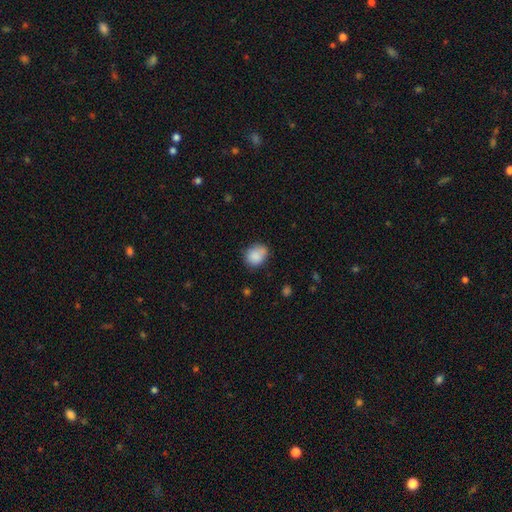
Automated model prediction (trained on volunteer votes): Smooth or featured?
  - smooth: 86% *
  - star or artifact: 8%
  - featured or disk: 6%
How rounded?
  - round: 56% *
  - in between: 43%
  - cigar-shaped: 1%
Merging?
  - none: 64% *
  - minor disturbance: 26%
  - merger: 5%
  - major disturbance: 5%